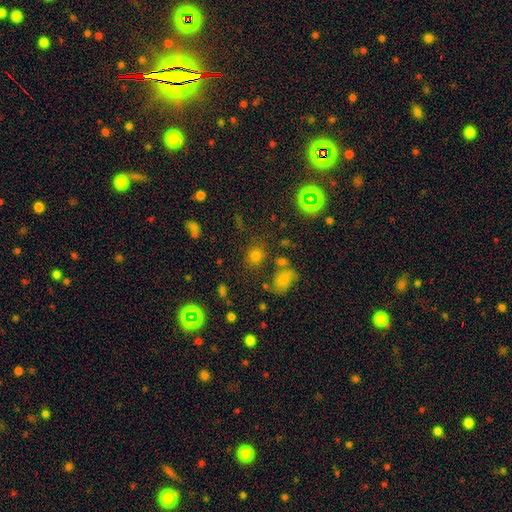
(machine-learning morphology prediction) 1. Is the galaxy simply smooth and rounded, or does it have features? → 69% smooth, 22% star or artifact, 8% featured or disk.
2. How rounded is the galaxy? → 71% round, 28% in between, 1% cigar-shaped.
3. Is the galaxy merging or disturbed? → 71% none, 13% minor disturbance, 10% merger, 6% major disturbance.